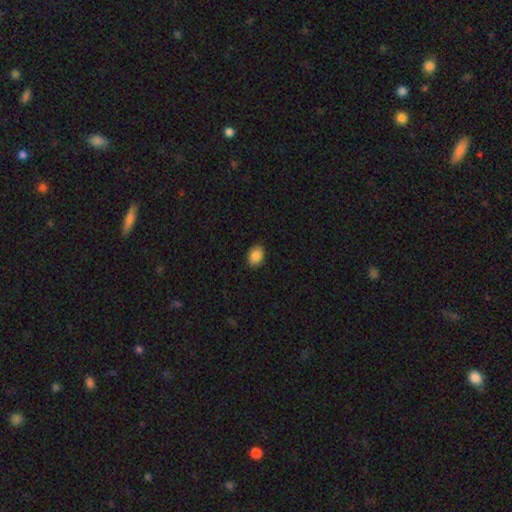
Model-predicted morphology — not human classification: The model was most divided on "how rounded": in between: 68%, round: 31%, cigar-shaped: 1%. More confident: merging — none (89%); smooth or featured — smooth (87%).